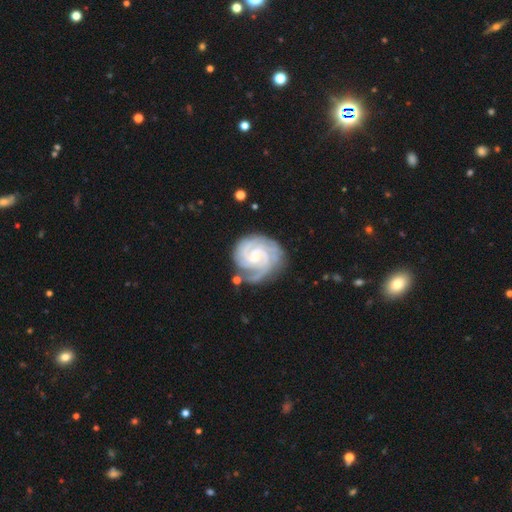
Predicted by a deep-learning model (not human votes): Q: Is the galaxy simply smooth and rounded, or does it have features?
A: featured or disk — 92%.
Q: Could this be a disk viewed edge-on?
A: no — 98%.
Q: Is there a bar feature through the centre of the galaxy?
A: no — 50%.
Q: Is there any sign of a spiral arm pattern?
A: yes — 99%.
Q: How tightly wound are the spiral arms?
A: tight — 75%.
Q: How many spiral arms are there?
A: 3 — 39%.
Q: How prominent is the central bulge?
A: small — 67%.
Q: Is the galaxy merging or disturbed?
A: none — 73%.